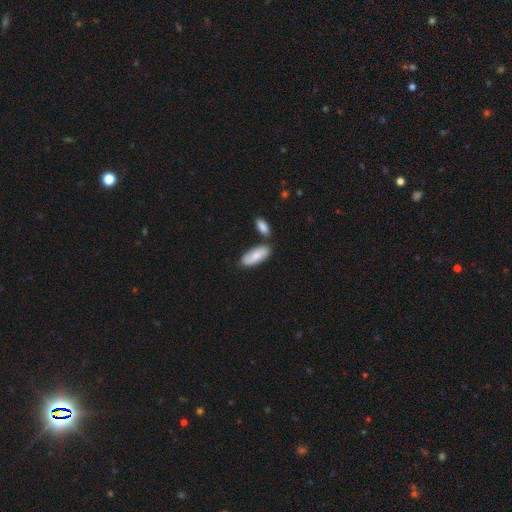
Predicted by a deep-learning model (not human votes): Q: Smooth or featured?
A: smooth (76%); runner-up: featured or disk (18%)
Q: How rounded?
A: in between (82%); runner-up: cigar-shaped (16%)
Q: Merging?
A: none (68%); runner-up: merger (17%)